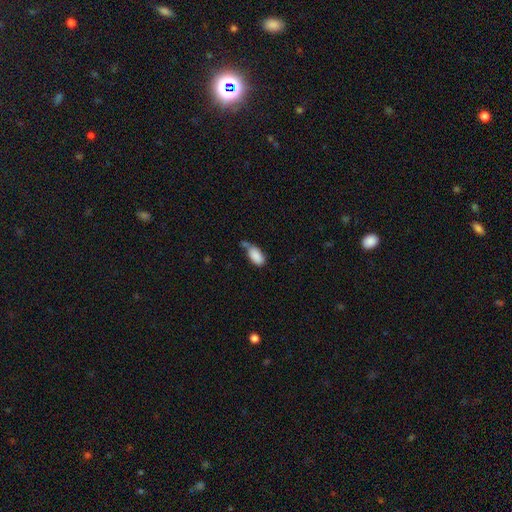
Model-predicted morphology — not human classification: A smooth galaxy with no disk features (86%) that is in between round and cigar-shaped (93%). Merging: none (39%).